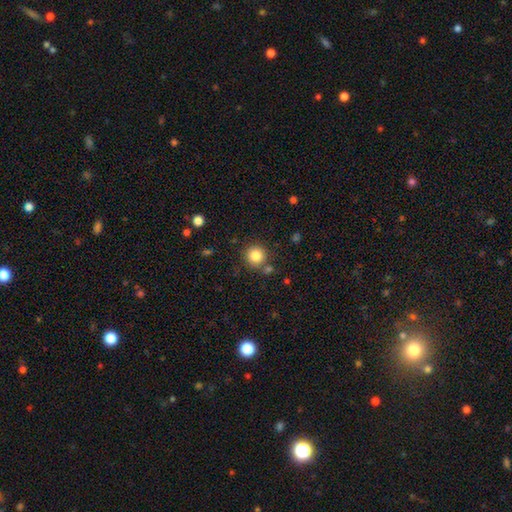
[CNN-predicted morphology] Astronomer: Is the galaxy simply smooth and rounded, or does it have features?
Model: smooth — 84%.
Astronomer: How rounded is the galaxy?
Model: round — 93%.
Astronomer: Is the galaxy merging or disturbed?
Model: none — 82%.